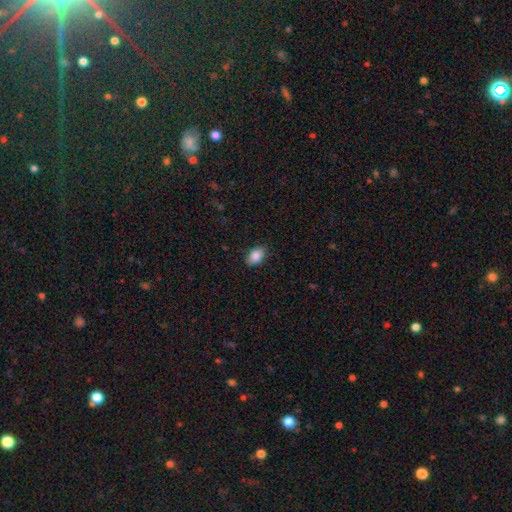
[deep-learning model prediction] This appears to be a smooth galaxy with no disk features (87%) that is in between round and cigar-shaped (86%). Merging: none (84%).